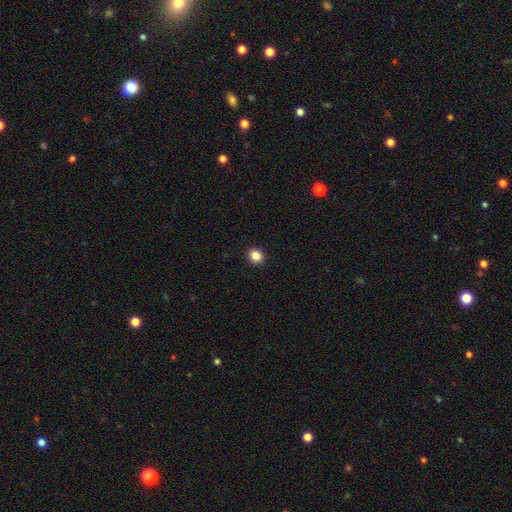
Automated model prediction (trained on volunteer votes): smooth_or_featured: smooth (p=0.85) [alt: star or artifact p=0.11]
how_rounded: round (p=0.75) [alt: in between p=0.24]
merging: none (p=0.93) [alt: minor disturbance p=0.05]